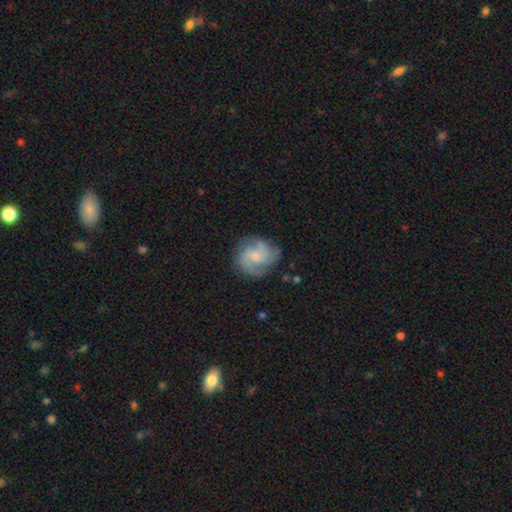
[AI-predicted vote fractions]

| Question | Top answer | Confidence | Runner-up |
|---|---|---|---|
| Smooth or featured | featured or disk | 79% | smooth (15%) |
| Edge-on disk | no | 98% | yes (2%) |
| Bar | no | 64% | weak (32%) |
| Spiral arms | yes | 96% | no (4%) |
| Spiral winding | medium | 51% | tight (35%) |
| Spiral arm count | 3 | 53% | 2 (19%) |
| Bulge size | small | 57% | moderate (33%) |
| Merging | none | 77% | minor disturbance (16%) |